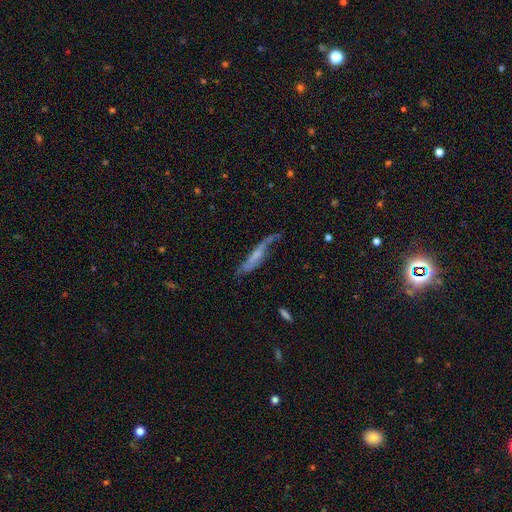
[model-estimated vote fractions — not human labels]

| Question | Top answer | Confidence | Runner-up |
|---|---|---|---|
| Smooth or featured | featured or disk | 61% | smooth (30%) |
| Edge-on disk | no | 52% | yes (48%) |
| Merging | none | 42% | minor disturbance (28%) |